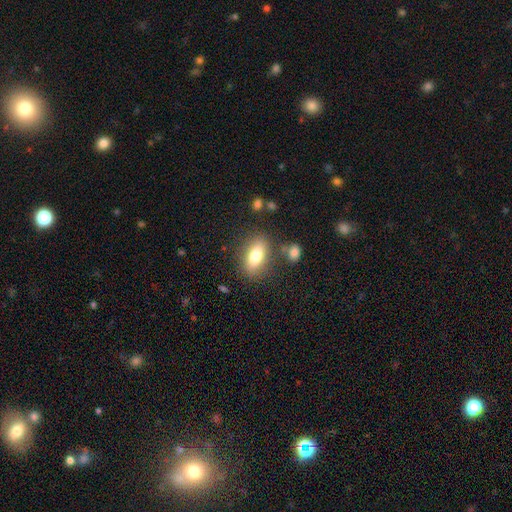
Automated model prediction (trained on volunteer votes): Smooth or featured: smooth — 77% (featured or disk — 15%)
How rounded: in between — 83% (cigar-shaped — 9%)
Merging: none — 79% (minor disturbance — 12%)